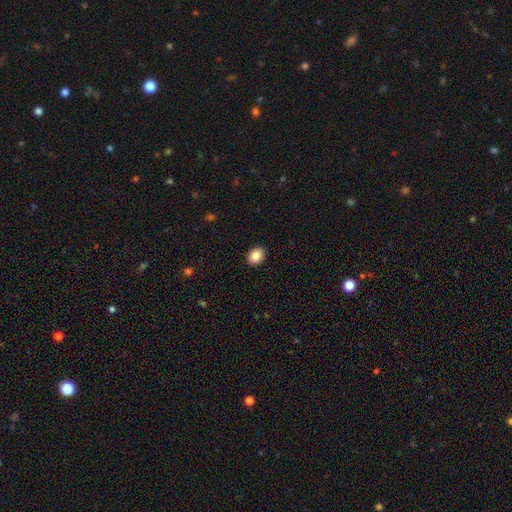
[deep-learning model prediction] Smooth or featured?
  - smooth: 87% *
  - star or artifact: 8%
  - featured or disk: 5%
How rounded?
  - in between: 65% *
  - round: 35%
  - cigar-shaped: 1%
Merging?
  - none: 91% *
  - minor disturbance: 7%
  - major disturbance: 2%
  - merger: 1%